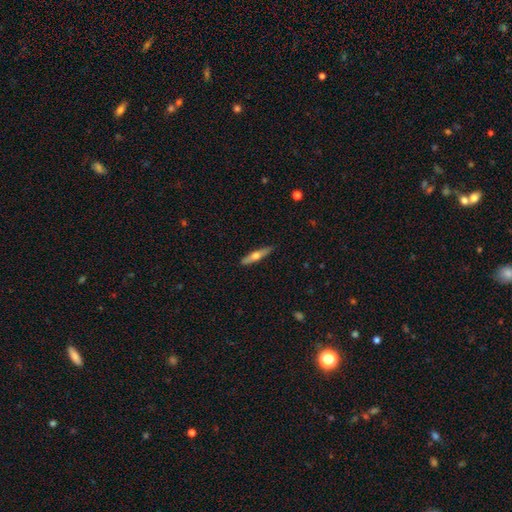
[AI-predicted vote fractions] featured or disk 48%, smooth 46%, star or artifact 6%. Down the decision tree: merging — none (88%).